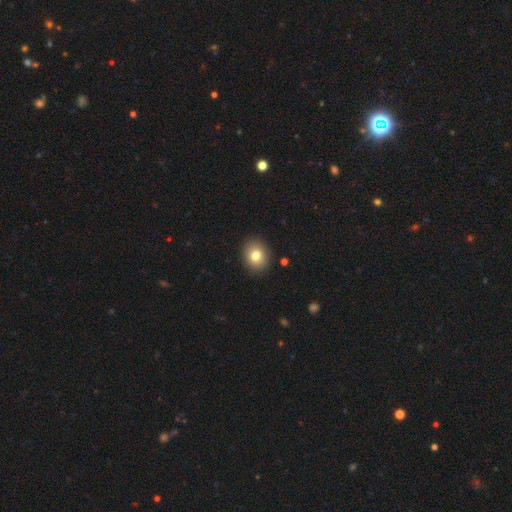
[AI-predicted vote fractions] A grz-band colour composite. It shows a smooth galaxy with no disk features (78%) that is round (64%). Merging: none (90%).